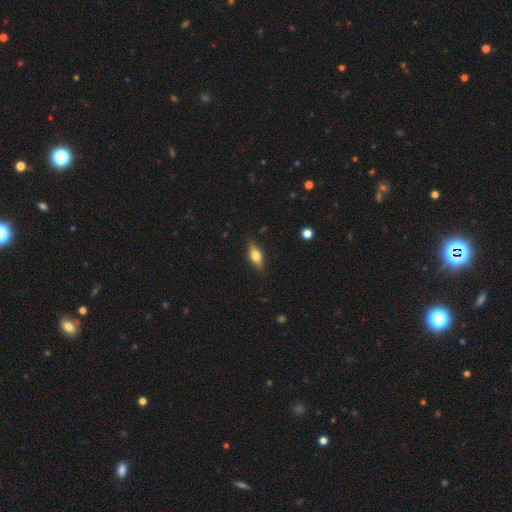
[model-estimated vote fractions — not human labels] smooth_or_featured: smooth (p=0.58) [alt: featured or disk p=0.35]
how_rounded: in between (p=0.72) [alt: cigar-shaped p=0.23]
merging: none (p=0.83) [alt: minor disturbance p=0.13]